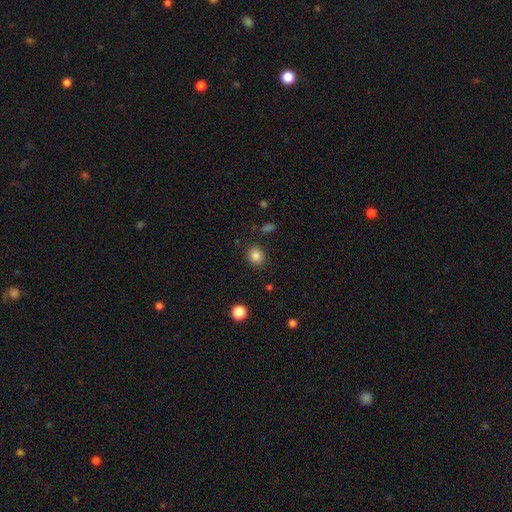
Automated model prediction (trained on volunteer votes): Morphology: type=smooth (84%); roundness=round (79%); merging=none (86%).